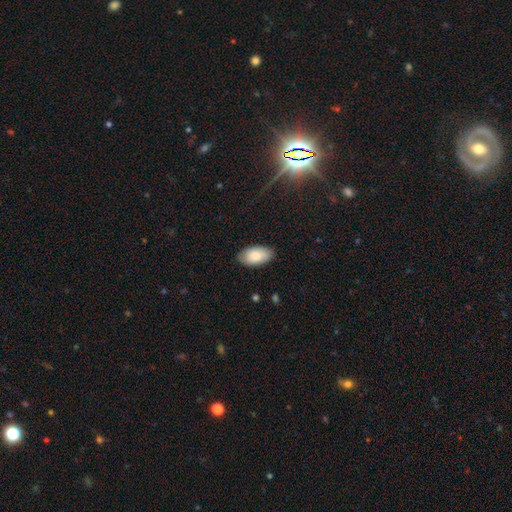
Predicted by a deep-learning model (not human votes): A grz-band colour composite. It shows a smooth galaxy with no disk features (83%) that is in between round and cigar-shaped (95%). Merging: none (84%).